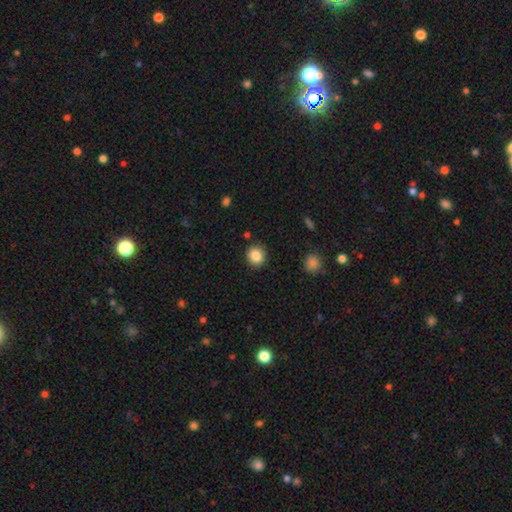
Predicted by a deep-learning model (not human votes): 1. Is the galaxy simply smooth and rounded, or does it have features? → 85% smooth, 10% star or artifact, 6% featured or disk.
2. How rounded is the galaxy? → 86% round, 14% in between, 1% cigar-shaped.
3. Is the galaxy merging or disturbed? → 89% none, 7% minor disturbance, 2% major disturbance, 2% merger.